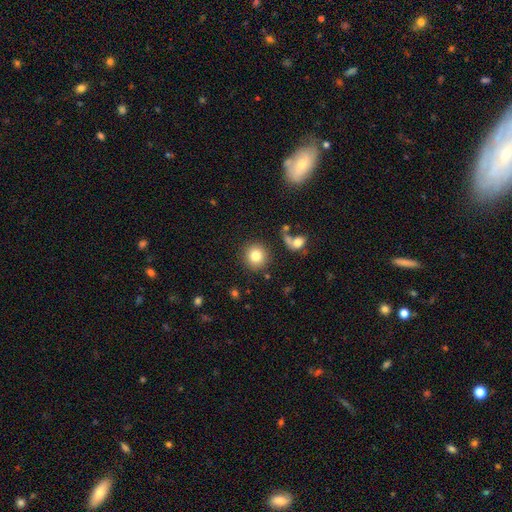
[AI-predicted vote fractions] Smooth or featured? Predicted: smooth (p=0.81). How rounded? Predicted: round (p=0.92). Merging? Predicted: none (p=0.84).